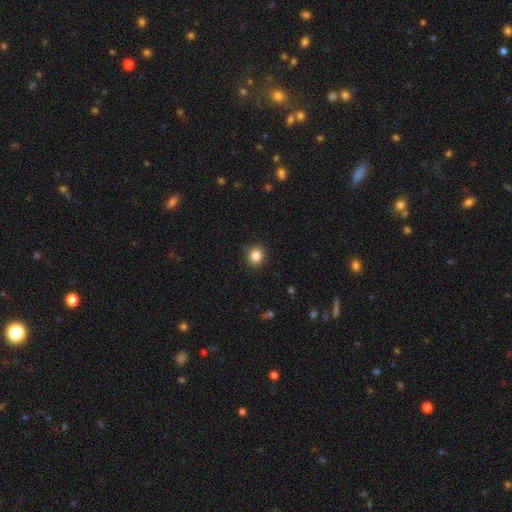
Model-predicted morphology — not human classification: A smooth galaxy with no disk features (84%) that is round (88%). Merging: none (91%).